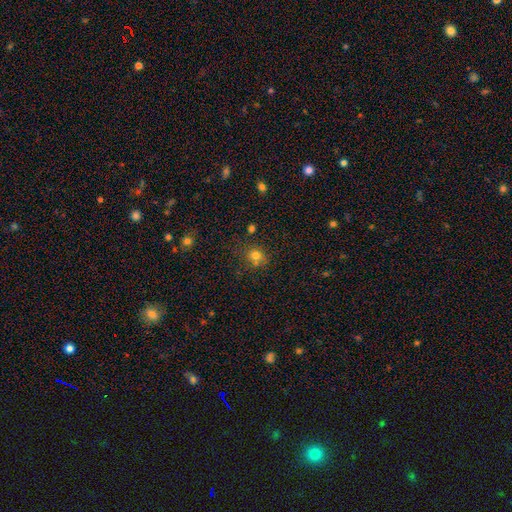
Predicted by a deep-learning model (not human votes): smooth_or_featured: smooth (p=0.75) [alt: star or artifact p=0.17]
how_rounded: round (p=0.74) [alt: in between p=0.25]
merging: none (p=0.65) [alt: minor disturbance p=0.15]